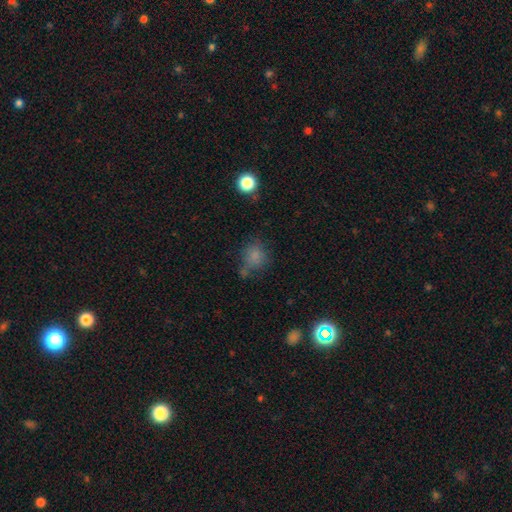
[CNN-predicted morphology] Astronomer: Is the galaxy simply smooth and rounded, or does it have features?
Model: smooth — 77%.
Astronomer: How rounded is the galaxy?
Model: round — 72%.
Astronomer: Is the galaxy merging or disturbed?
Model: none — 56%.